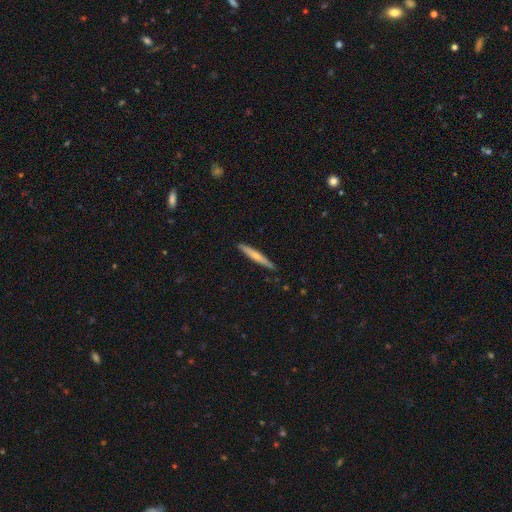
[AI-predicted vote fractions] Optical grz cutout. It shows a smooth galaxy with no disk features (55%) that is cigar-shaped (95%). Merging: none (89%).